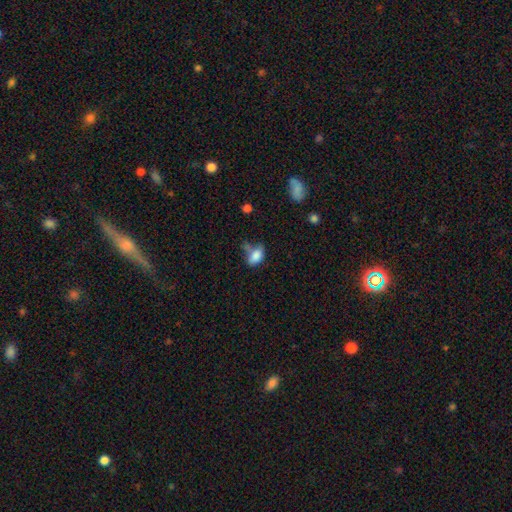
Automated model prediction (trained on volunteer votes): Smooth or featured? Predicted: smooth (p=0.81). How rounded? Predicted: in between (p=0.87). Merging? Predicted: none (p=0.37).